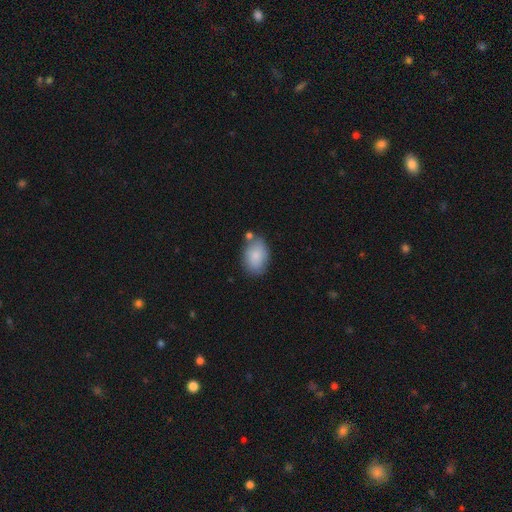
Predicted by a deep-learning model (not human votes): Q: Smooth or featured?
A: smooth (84%); runner-up: featured or disk (10%)
Q: How rounded?
A: in between (85%); runner-up: round (14%)
Q: Merging?
A: none (69%); runner-up: minor disturbance (18%)